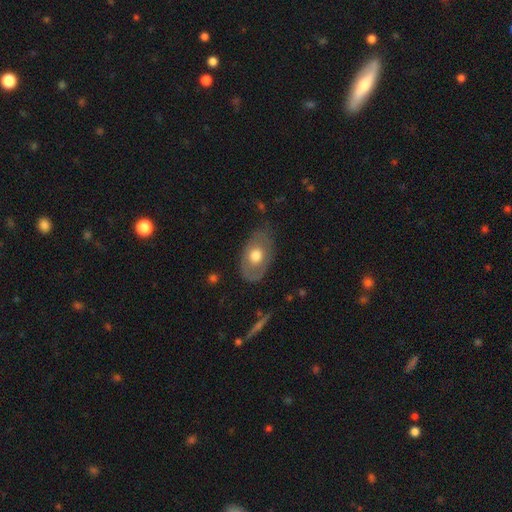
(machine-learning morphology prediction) Smooth or featured? smooth (55%)
How rounded? in between (85%)
Merging? none (68%)